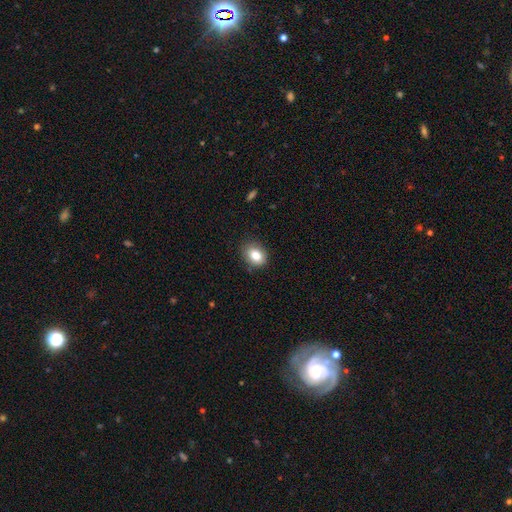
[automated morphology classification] Smooth or featured? Predicted: smooth (p=0.84). How rounded? Predicted: in between (p=0.67). Merging? Predicted: none (p=0.84).